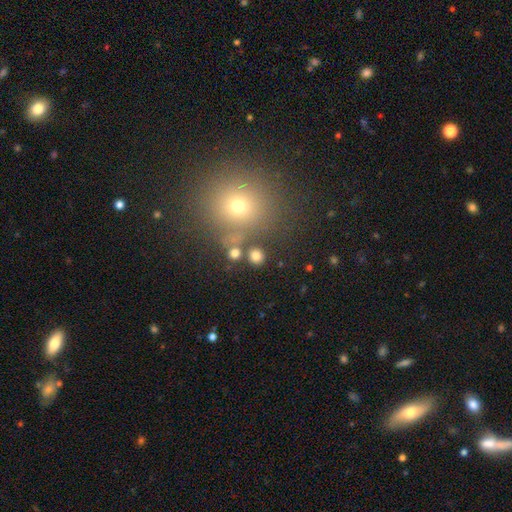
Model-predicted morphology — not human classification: smooth 79%, star or artifact 14%, featured or disk 7%. Down the decision tree: how rounded — round (86%); merging — none (79%).